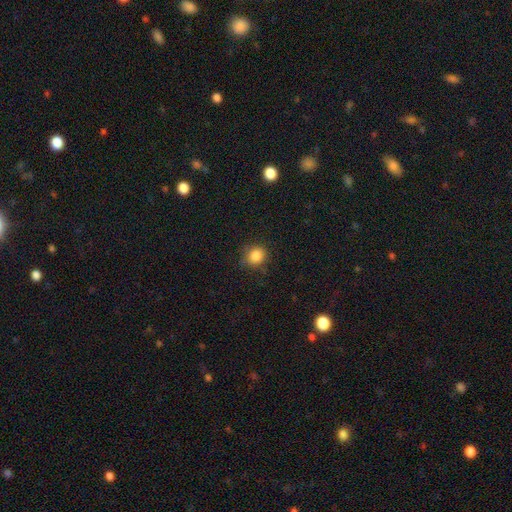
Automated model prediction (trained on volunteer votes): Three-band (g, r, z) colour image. It shows a smooth galaxy with no disk features (85%) that is round (84%). Merging: none (79%).